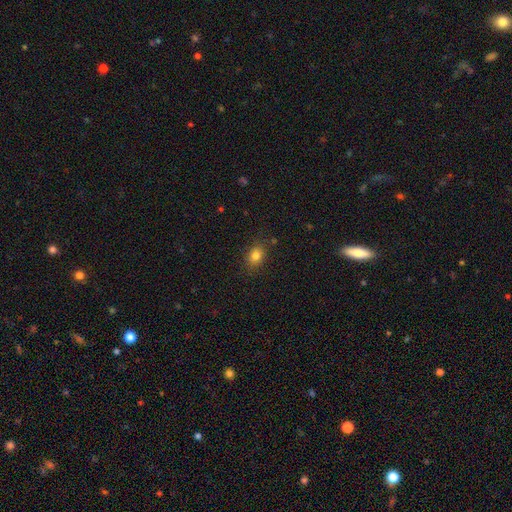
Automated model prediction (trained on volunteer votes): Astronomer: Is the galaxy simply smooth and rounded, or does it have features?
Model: smooth — 81%.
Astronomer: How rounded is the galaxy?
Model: in between — 57% (runner-up: round, 42%).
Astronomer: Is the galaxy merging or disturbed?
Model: none — 84%.